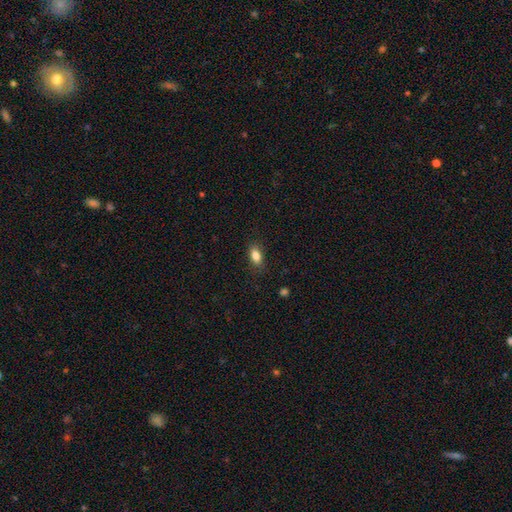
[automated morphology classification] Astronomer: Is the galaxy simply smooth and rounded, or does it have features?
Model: smooth — 85%.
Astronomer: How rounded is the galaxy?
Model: in between — 86%.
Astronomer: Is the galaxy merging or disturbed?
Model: none — 84%.